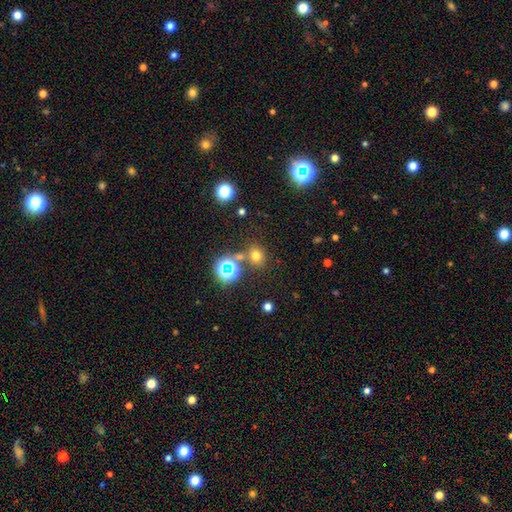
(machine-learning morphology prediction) type=smooth (65%); roundness=round (67%); merging=none (73%).